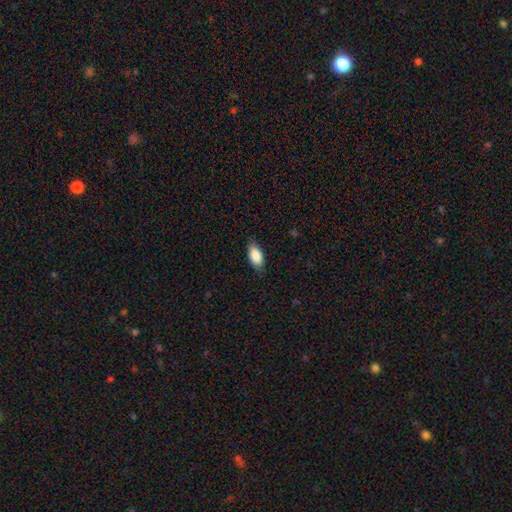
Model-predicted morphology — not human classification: smooth 87%, featured or disk 6%, star or artifact 6%. Down the decision tree: how rounded — in between (91%); merging — none (81%).